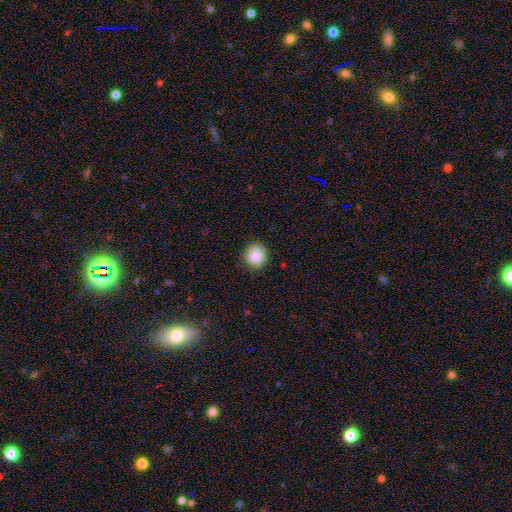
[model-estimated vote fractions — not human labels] Overall: smooth (88%). How rounded: round (90%). Merging: none (89%).